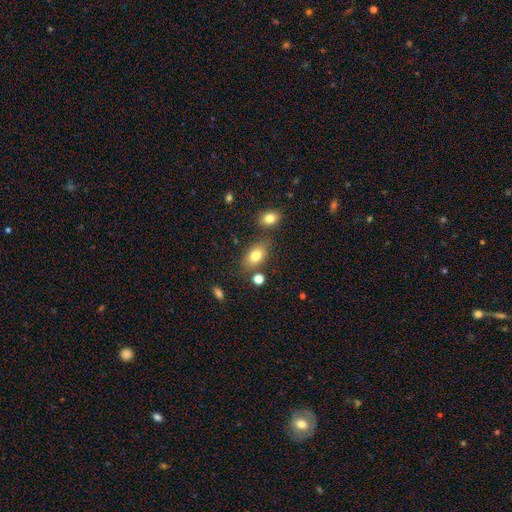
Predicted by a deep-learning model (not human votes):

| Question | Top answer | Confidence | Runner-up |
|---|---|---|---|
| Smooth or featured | smooth | 78% | featured or disk (13%) |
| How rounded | in between | 87% | round (10%) |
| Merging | none | 73% | minor disturbance (13%) |